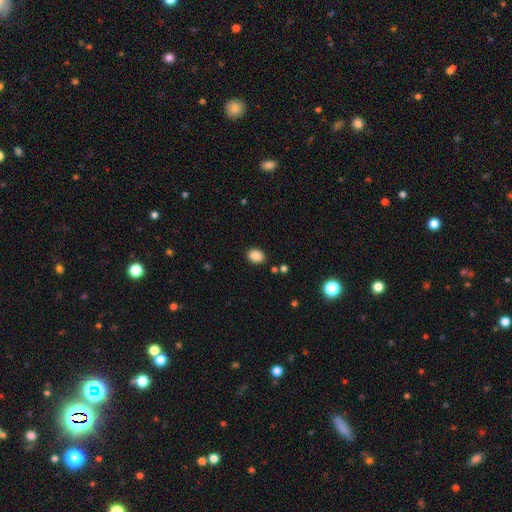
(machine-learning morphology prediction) This appears to be a smooth galaxy with no disk features (88%) that is in between round and cigar-shaped (71%). Merging: none (85%).